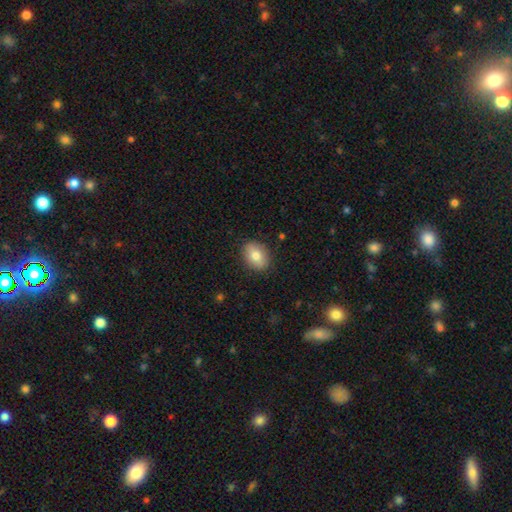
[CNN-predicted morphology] A smooth galaxy with no disk features (79%) that is in between round and cigar-shaped (69%). Merging: none (87%).